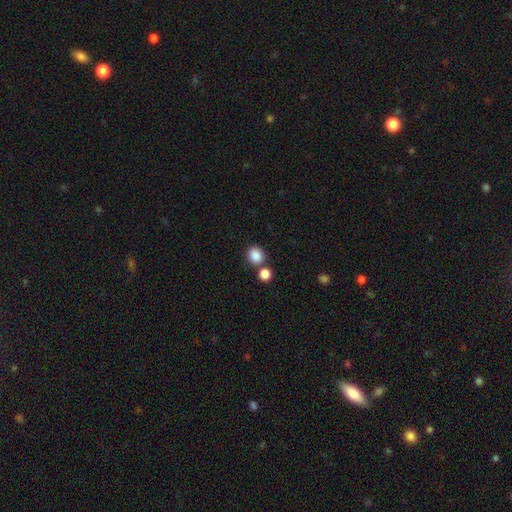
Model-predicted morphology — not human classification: smooth 86%, star or artifact 10%, featured or disk 4%. Down the decision tree: how rounded — round (76%); merging — none (68%).